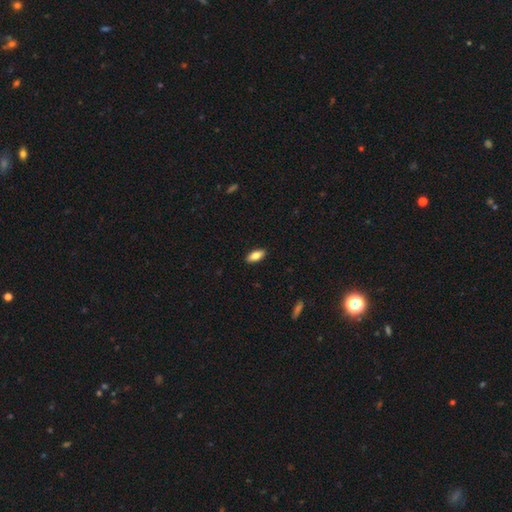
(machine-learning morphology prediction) Q: Smooth or featured?
A: smooth (80%); runner-up: featured or disk (13%)
Q: How rounded?
A: in between (85%); runner-up: cigar-shaped (13%)
Q: Merging?
A: none (90%); runner-up: minor disturbance (8%)